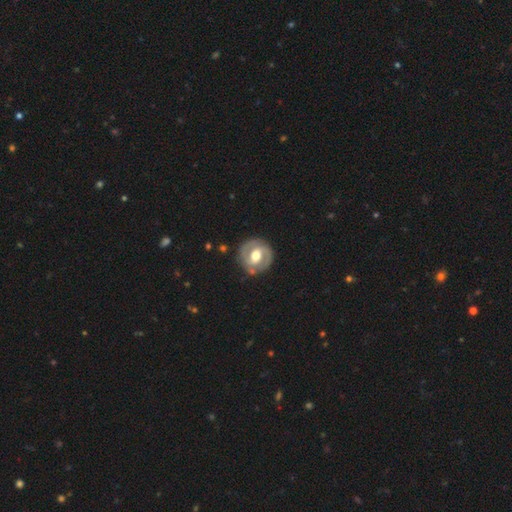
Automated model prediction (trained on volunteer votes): This appears to be a featured or disk galaxy (78%) with a weak bar (45%), 2 (87%) tight (50%) spiral arms (83%) and a moderate central bulge (70%). Merging: none (83%).